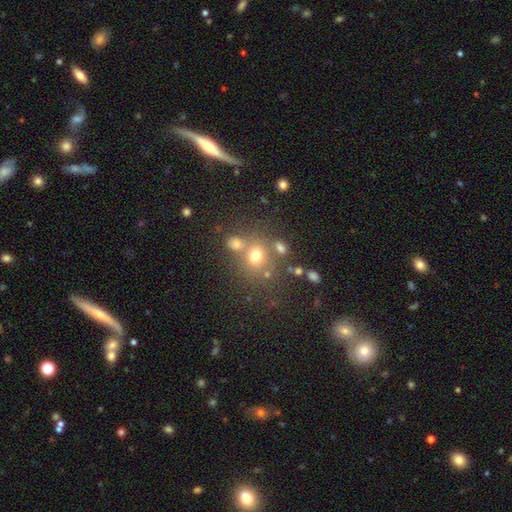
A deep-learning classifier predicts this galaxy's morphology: Smooth or featured? smooth (67%)
How rounded? round (71%)
Merging? none (59%)